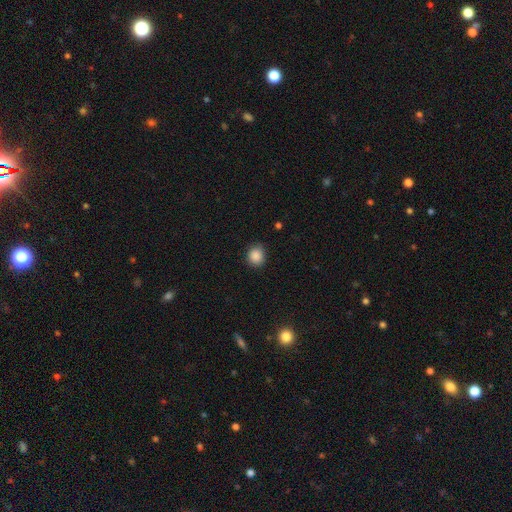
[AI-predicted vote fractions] This appears to be a smooth galaxy with no disk features (88%) that is round (77%). Merging: none (84%).